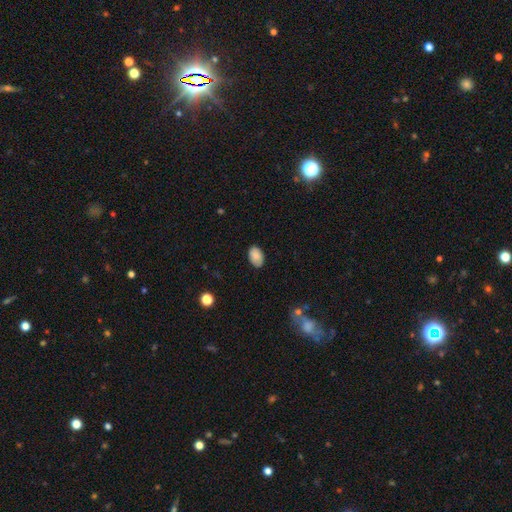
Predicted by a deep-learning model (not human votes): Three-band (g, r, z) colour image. It shows a smooth galaxy with no disk features (87%) that is in between round and cigar-shaped (89%). Merging: none (85%).